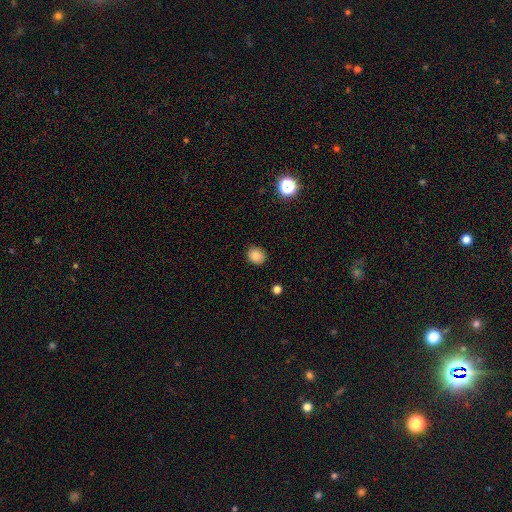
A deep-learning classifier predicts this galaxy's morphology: smooth-or-featured: smooth: 85% | star or artifact: 11% | featured or disk: 4%
  how-rounded: round: 74% | in between: 25% | cigar-shaped: 1%
  merging: none: 88% | minor disturbance: 8% | major disturbance: 2% | merger: 1%